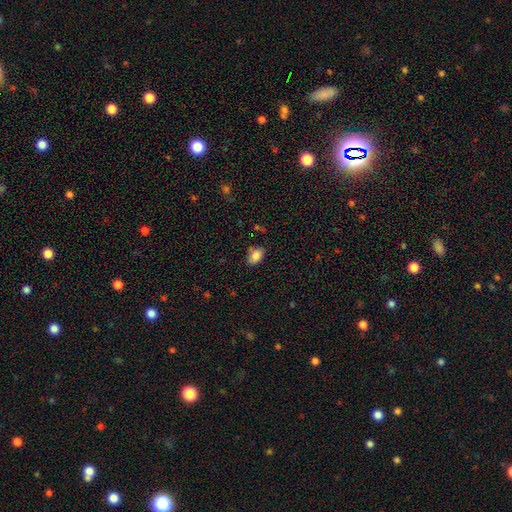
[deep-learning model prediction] smooth 86%, star or artifact 9%, featured or disk 6%. Down the decision tree: how rounded — in between (86%); merging — none (74%).